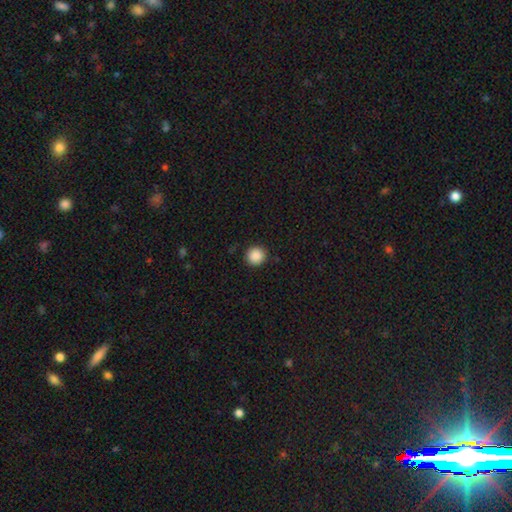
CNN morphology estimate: A smooth galaxy with no disk features (88%) that is round (95%).

Vote fractions:
- Smooth or featured? smooth: 88% / star or artifact: 9% / featured or disk: 2%
- How rounded? round: 95% / in between: 4% / cigar-shaped: 1%
- Merging? none: 92% / minor disturbance: 6% / major disturbance: 2% / merger: 1%